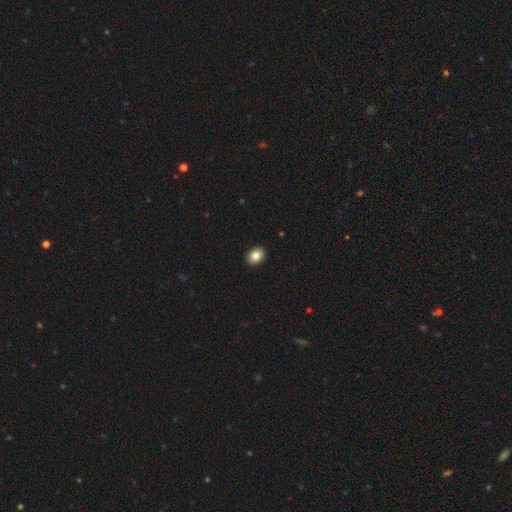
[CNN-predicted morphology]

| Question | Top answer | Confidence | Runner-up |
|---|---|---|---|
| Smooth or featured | smooth | 85% | star or artifact (9%) |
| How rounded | in between | 66% | round (33%) |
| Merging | none | 92% | minor disturbance (6%) |